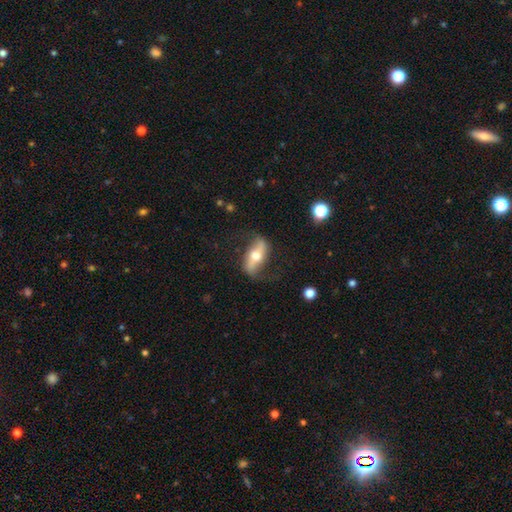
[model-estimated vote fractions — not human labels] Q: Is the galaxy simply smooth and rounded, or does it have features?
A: featured or disk — 72%.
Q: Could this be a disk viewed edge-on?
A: no — 77%.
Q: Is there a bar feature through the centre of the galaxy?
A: strong — 48%.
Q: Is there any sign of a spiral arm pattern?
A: yes — 81%.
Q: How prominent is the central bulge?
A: moderate — 69%.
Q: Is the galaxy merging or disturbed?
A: none — 73%.